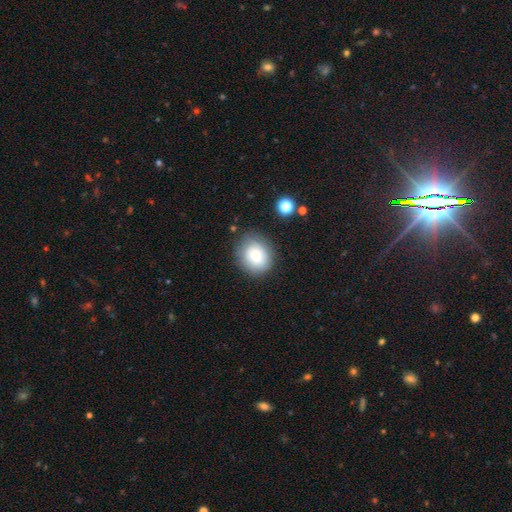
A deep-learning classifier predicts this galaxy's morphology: Smooth or featured: smooth — 80% (featured or disk — 11%)
How rounded: round — 67% (in between — 33%)
Merging: none — 77% (minor disturbance — 16%)